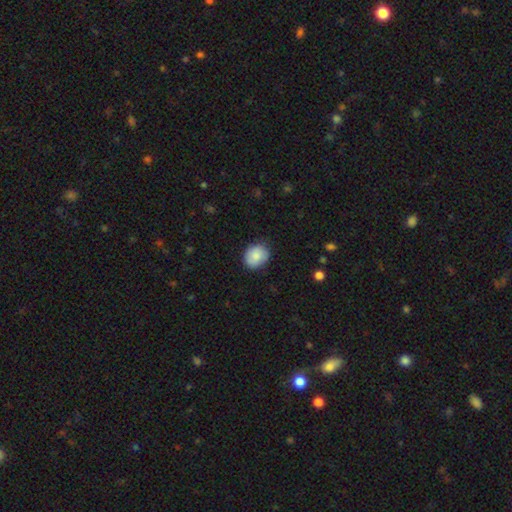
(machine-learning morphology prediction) smooth 85%, featured or disk 8%, star or artifact 7%. Down the decision tree: how rounded — round (54%); merging — none (81%).